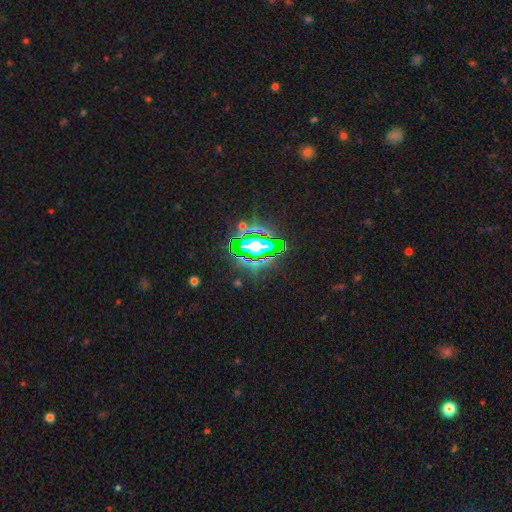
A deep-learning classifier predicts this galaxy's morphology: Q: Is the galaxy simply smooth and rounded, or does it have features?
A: star or artifact — 78%.